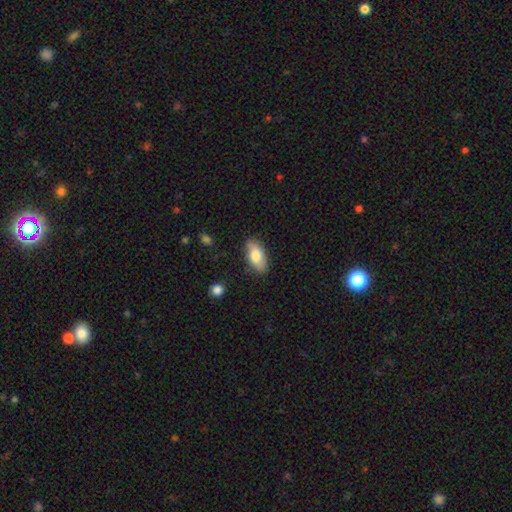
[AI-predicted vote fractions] A smooth galaxy with no disk features (75%) that is in between round and cigar-shaped (91%). Merging: none (83%).